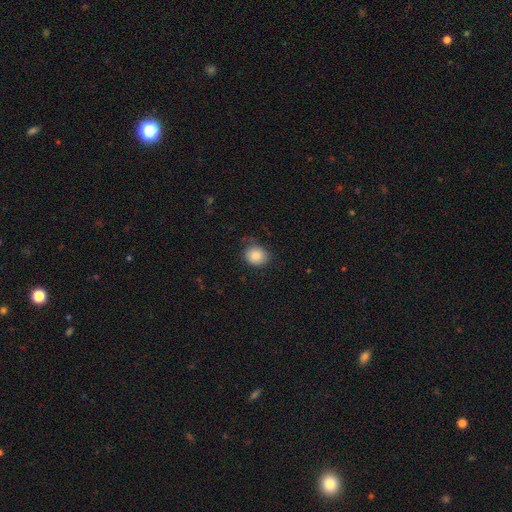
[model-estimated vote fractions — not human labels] This appears to be a smooth galaxy with no disk features (85%) that is round (74%). Merging: none (72%).